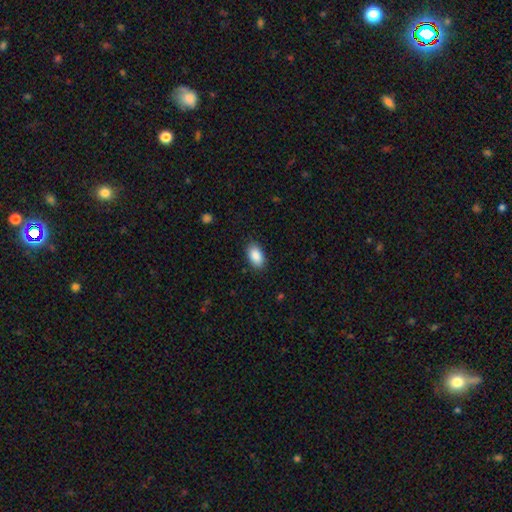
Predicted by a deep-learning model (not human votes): Overall: smooth (89%). How rounded: in between (94%). Merging: none (88%).